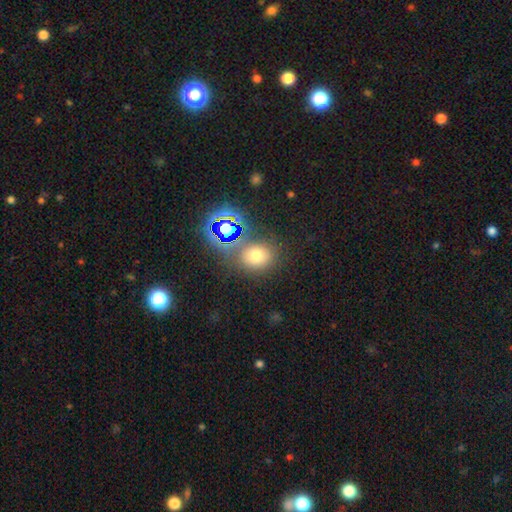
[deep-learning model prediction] smooth_or_featured: smooth (p=0.63) [alt: star or artifact p=0.27]
how_rounded: round (p=0.60) [alt: in between p=0.39]
merging: none (p=0.76) [alt: minor disturbance p=0.11]